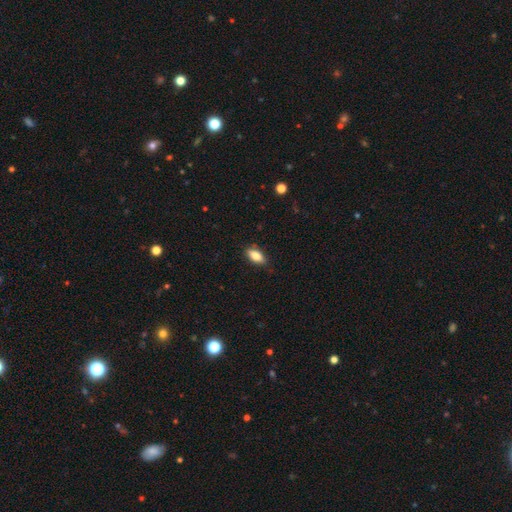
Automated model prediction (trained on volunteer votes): Smooth or featured? Predicted: smooth (p=0.83). How rounded? Predicted: in between (p=0.86). Merging? Predicted: none (p=0.83).